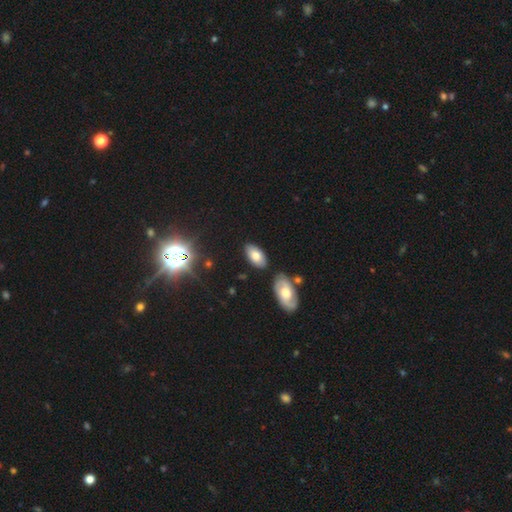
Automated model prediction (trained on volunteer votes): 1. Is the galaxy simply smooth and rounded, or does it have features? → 72% smooth, 17% featured or disk, 11% star or artifact.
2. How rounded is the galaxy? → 94% in between, 3% round, 2% cigar-shaped.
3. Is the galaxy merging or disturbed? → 80% none, 12% minor disturbance, 5% merger, 3% major disturbance.